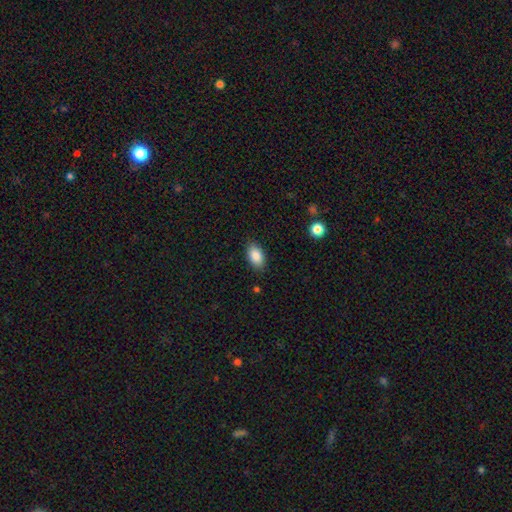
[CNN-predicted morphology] smooth_or_featured: smooth (p=0.86) [alt: star or artifact p=0.07]
how_rounded: in between (p=0.92) [alt: round p=0.05]
merging: none (p=0.86) [alt: minor disturbance p=0.11]